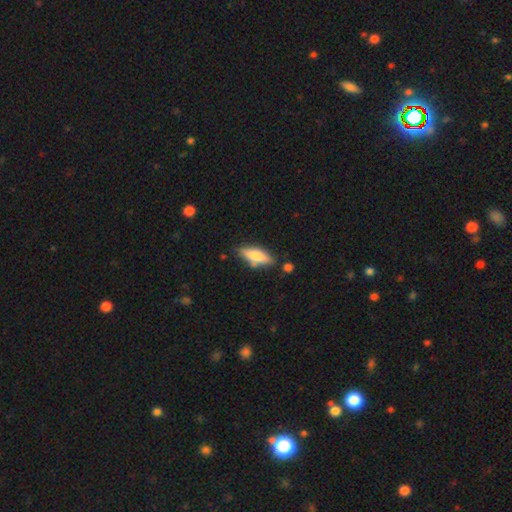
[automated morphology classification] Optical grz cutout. It shows a smooth galaxy with no disk features (67%) that is in between round and cigar-shaped (58%). Merging: none (76%).